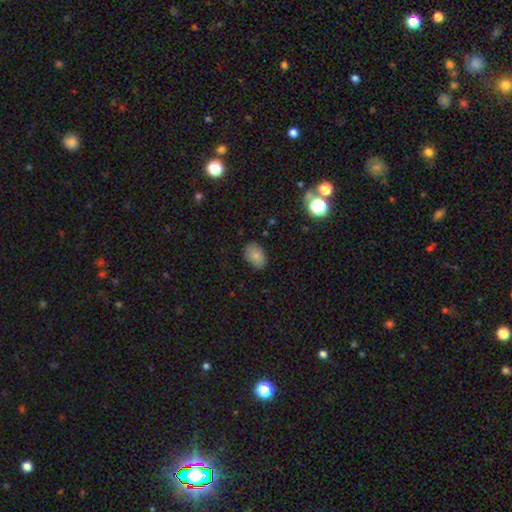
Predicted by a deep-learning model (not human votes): This is clearly a smooth galaxy (83%). How rounded: clearly in between (84%). Merging: clearly none (84%).